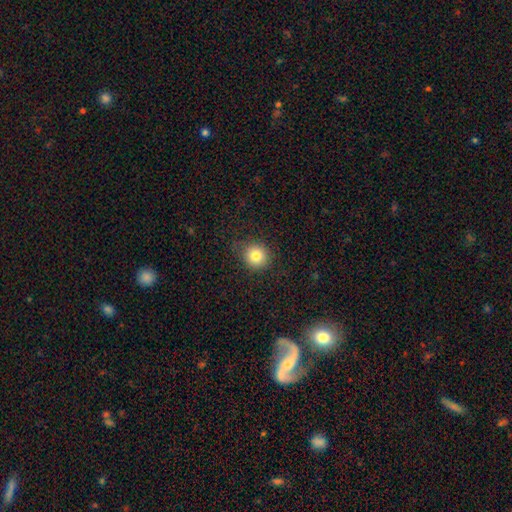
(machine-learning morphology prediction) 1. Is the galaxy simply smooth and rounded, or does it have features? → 81% smooth, 11% star or artifact, 8% featured or disk.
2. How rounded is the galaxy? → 89% round, 10% in between, 1% cigar-shaped.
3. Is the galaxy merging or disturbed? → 83% none, 12% minor disturbance, 4% major disturbance, 1% merger.